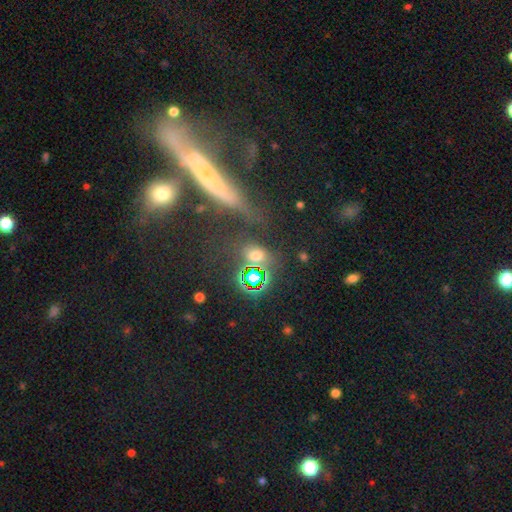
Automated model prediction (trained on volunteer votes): Overall: smooth (51%; star or artifact 39%). How rounded: in between (56%; round 40%). Merging: none (66%).